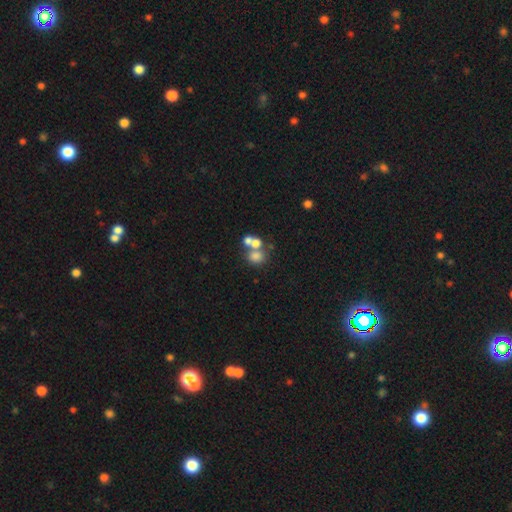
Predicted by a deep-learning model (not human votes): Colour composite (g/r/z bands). It shows a smooth galaxy with no disk features (68%) that is round (63%). Merging: merger (52%).